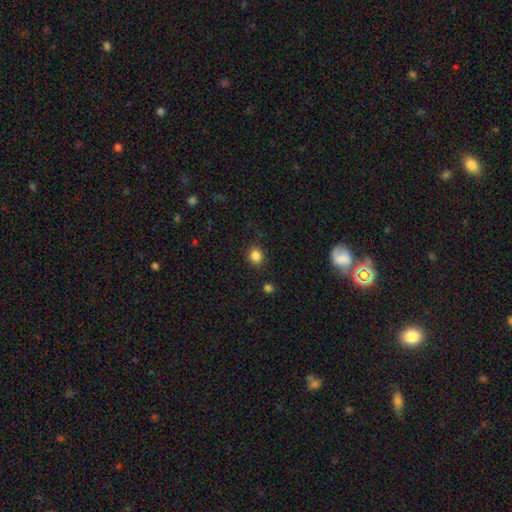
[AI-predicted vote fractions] A smooth galaxy with no disk features (84%) that is round (77%).

Vote fractions:
- Smooth or featured? smooth: 84% / star or artifact: 12% / featured or disk: 4%
- How rounded? round: 77% / in between: 22% / cigar-shaped: 1%
- Merging? none: 85% / minor disturbance: 11% / major disturbance: 3% / merger: 2%